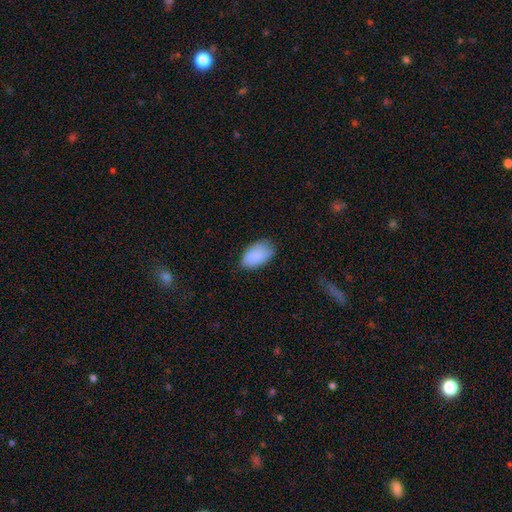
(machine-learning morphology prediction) This appears to be a smooth galaxy with no disk features (89%) that is in between round and cigar-shaped (94%). Merging: none (74%).